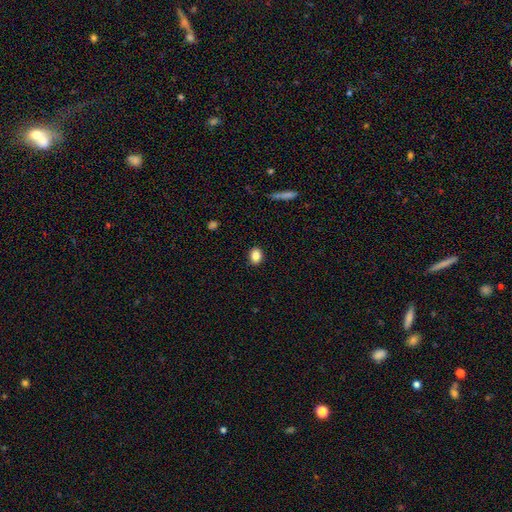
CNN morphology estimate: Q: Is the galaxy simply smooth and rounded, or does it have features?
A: smooth — 85%.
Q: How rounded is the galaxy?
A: in between — 50%.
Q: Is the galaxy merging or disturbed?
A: none — 90%.